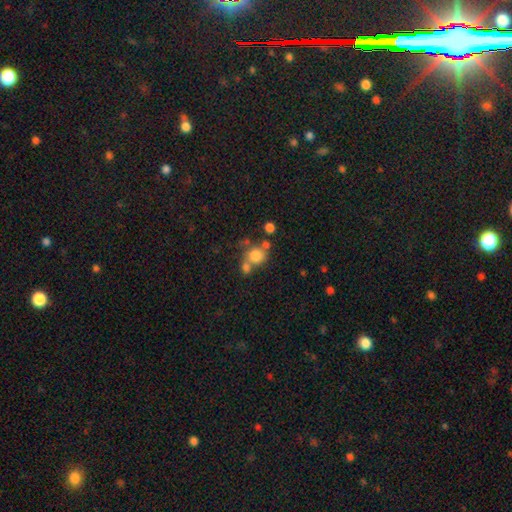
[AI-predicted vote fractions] Overall: smooth (77%). How rounded: round (82%). Merging: none (50%; merger 34%).